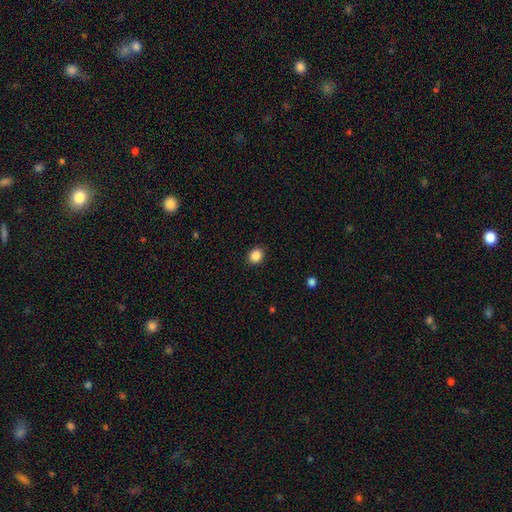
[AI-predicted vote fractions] Smooth or featured? smooth (86%)
How rounded? round (72%)
Merging? none (91%)